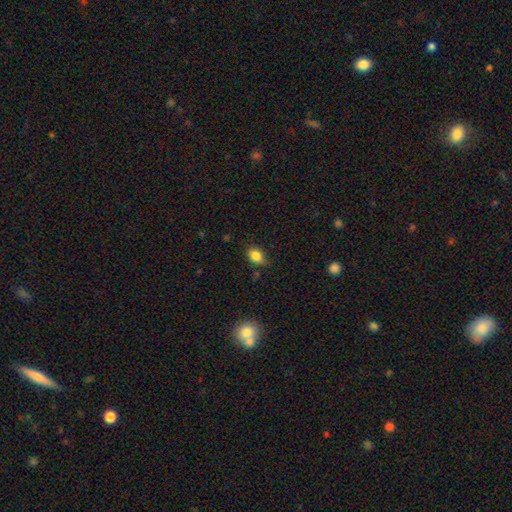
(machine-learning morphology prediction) Overall: smooth (84%). How rounded: in between (76%). Merging: none (65%; minor disturbance 28%).